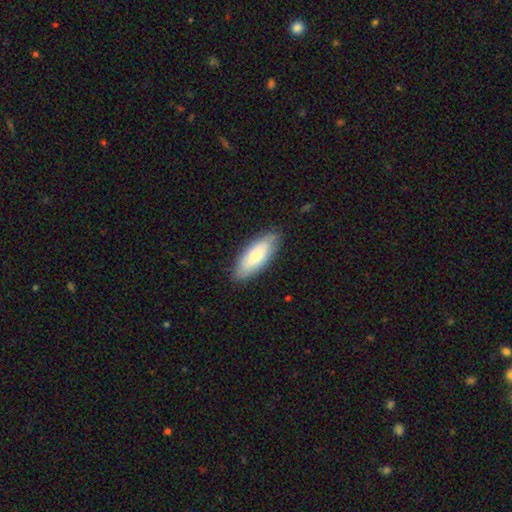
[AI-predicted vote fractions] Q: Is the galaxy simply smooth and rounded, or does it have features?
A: smooth — 73%.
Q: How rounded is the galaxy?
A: in between — 75%.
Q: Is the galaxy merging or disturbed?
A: none — 84%.